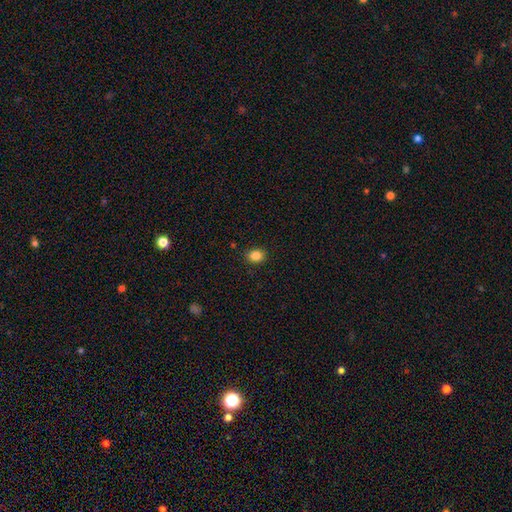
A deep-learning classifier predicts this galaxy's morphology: This appears to be a smooth galaxy with no disk features (85%) that is round (55%). Merging: none (88%).